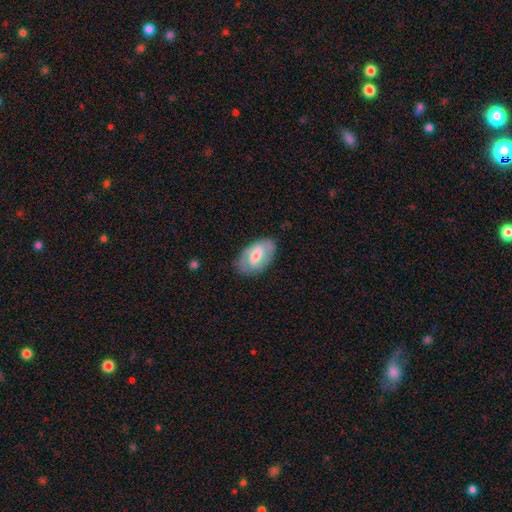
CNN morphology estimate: A featured or disk galaxy (67%) with a weak bar (46%), 2 (79%) medium (42%) spiral arms (79%) and a moderate central bulge (57%). Merging: none (81%).